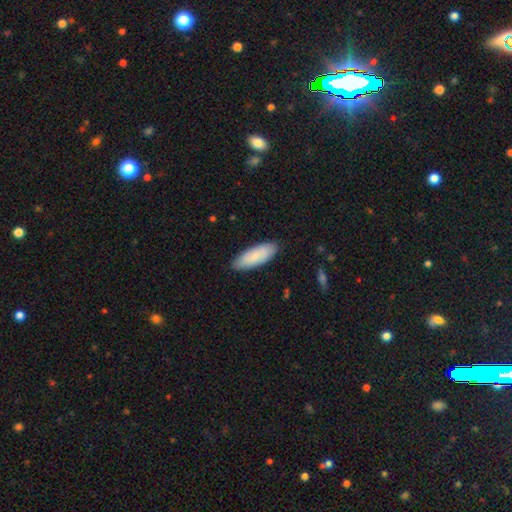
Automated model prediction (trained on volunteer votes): Q: Smooth or featured?
A: smooth (83%); runner-up: featured or disk (12%)
Q: How rounded?
A: in between (73%); runner-up: cigar-shaped (25%)
Q: Merging?
A: none (86%); runner-up: minor disturbance (11%)